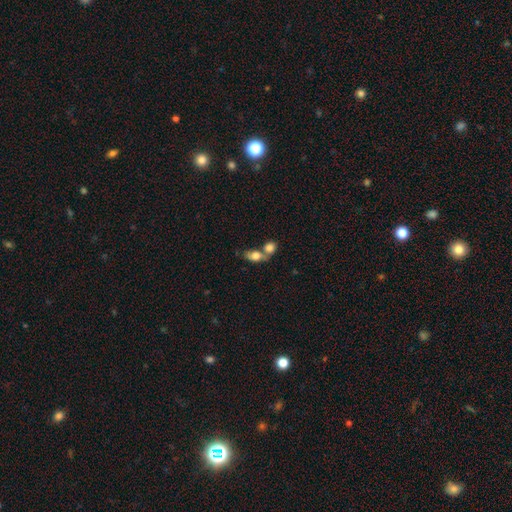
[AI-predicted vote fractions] smooth_or_featured: smooth (p=0.78) [alt: featured or disk p=0.14]
how_rounded: in between (p=0.78) [alt: round p=0.19]
merging: merger (p=0.57) [alt: none p=0.29]